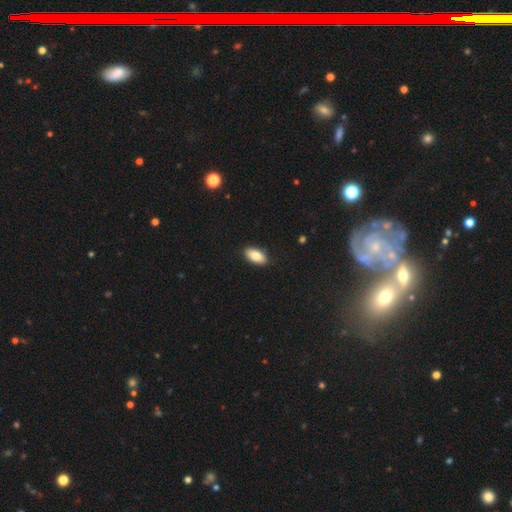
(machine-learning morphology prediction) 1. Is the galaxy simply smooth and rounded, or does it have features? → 85% smooth, 8% featured or disk, 7% star or artifact.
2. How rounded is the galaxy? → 93% in between, 4% cigar-shaped, 3% round.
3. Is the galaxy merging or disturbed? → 89% none, 9% minor disturbance, 2% major disturbance, 1% merger.